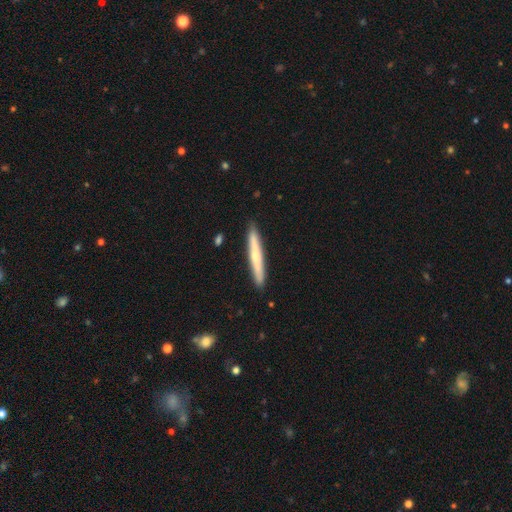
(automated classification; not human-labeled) This appears to be a smooth galaxy with no disk features (54%) that is cigar-shaped (96%). Merging: none (91%).